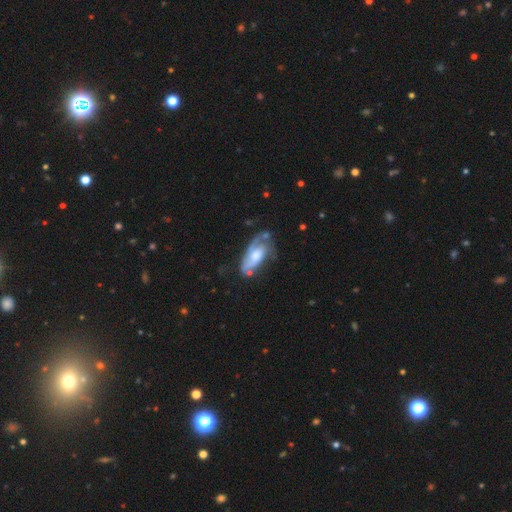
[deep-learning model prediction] The model was most divided on "spiral winding": medium: 41%, tight: 37%, loose: 22%. Remaining: edge-on disk — no (92%); spiral arms — yes (83%); smooth or featured — featured or disk (68%); bar — no (65%); bulge size — moderate (53%); merging — none (46%); spiral arm count — 2 (42%).